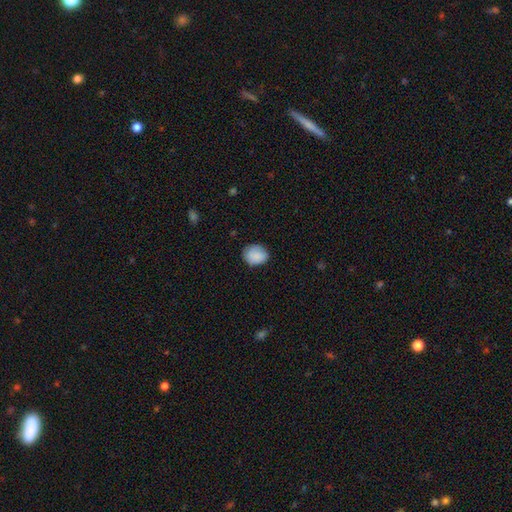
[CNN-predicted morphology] smooth 87%, star or artifact 7%, featured or disk 6%. Down the decision tree: how rounded — round (59%); merging — none (77%).